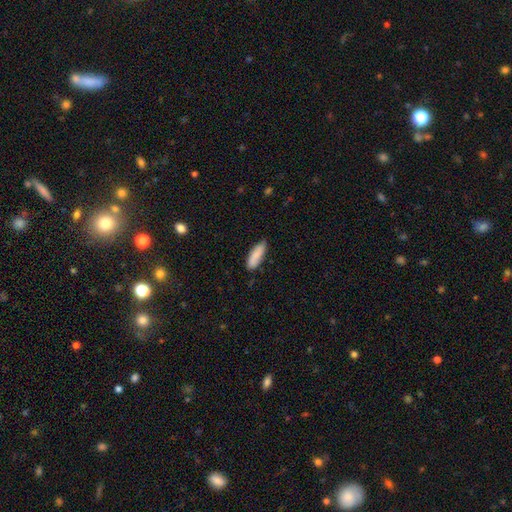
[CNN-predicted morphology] Overall: smooth (84%). How rounded: in between (59%; cigar-shaped 40%). Merging: none (75%).